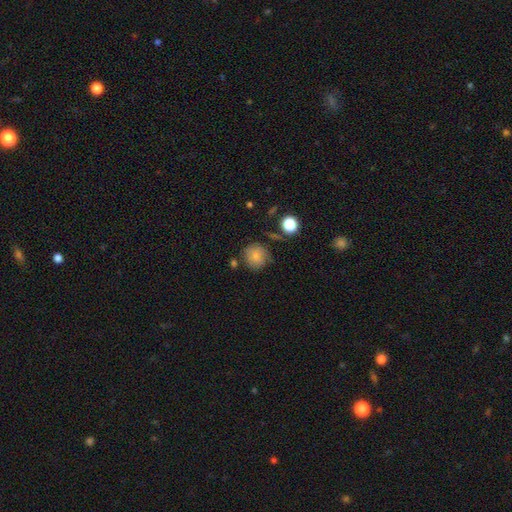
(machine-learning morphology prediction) This appears to be a smooth galaxy with no disk features (78%) that is round (88%). Merging: none (68%).